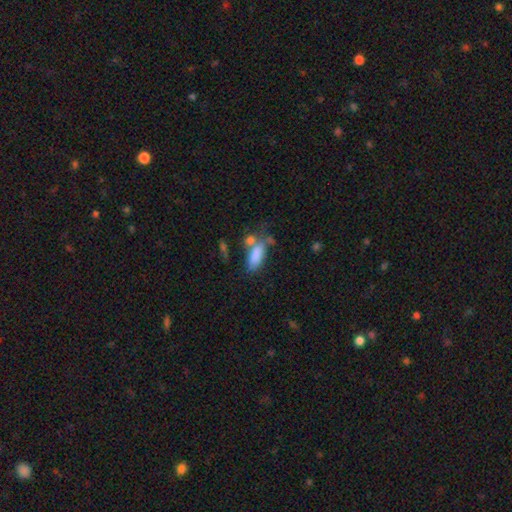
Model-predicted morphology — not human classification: smooth 80%, featured or disk 11%, star or artifact 9%. Down the decision tree: how rounded — in between (78%); merging — none (42%).